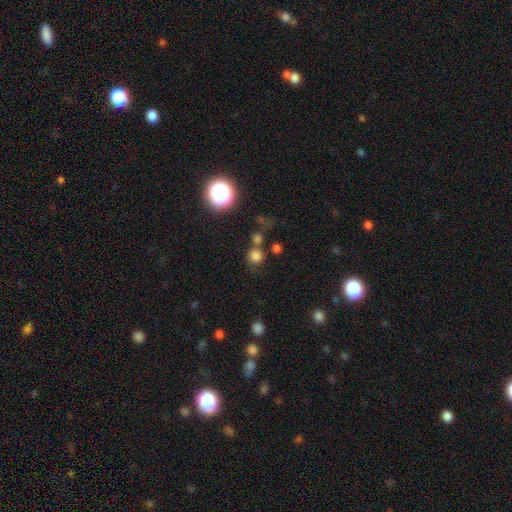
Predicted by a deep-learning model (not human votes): Overall: smooth (76%). How rounded: round (89%). Merging: none (64%).